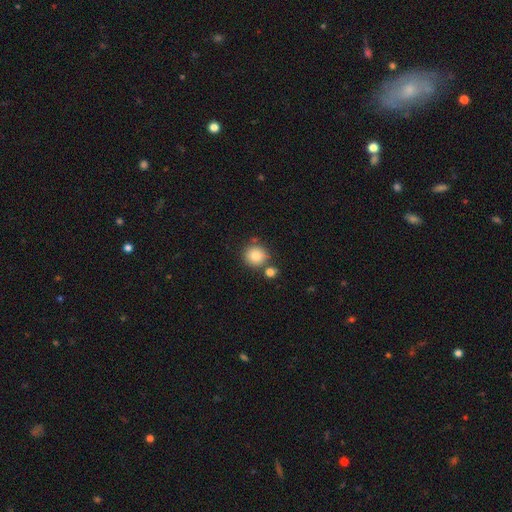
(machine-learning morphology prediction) Smooth or featured: smooth — 84% (star or artifact — 9%)
How rounded: round — 91% (in between — 8%)
Merging: none — 71% (merger — 17%)